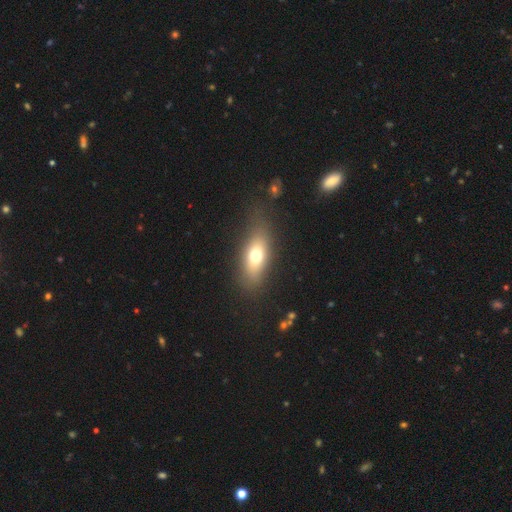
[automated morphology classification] type=smooth (67%); roundness=in between (74%); merging=none (77%).